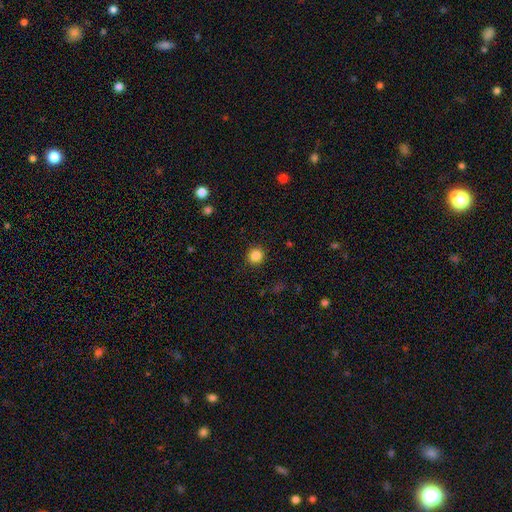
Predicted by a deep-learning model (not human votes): A smooth galaxy with no disk features (85%) that is round (88%).

Vote fractions:
- Smooth or featured? smooth: 85% / star or artifact: 11% / featured or disk: 4%
- How rounded? round: 88% / in between: 11% / cigar-shaped: 1%
- Merging? none: 91% / minor disturbance: 6% / major disturbance: 2% / merger: 1%